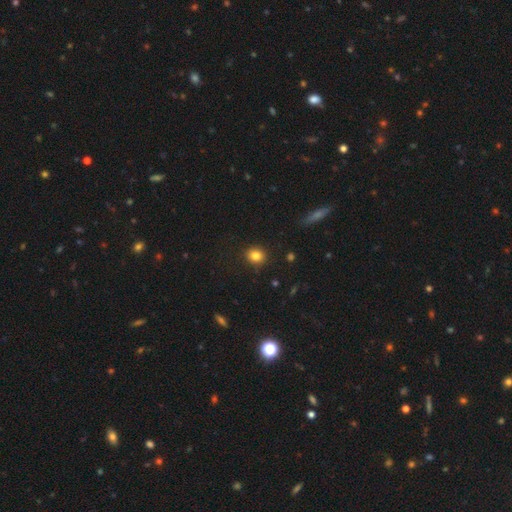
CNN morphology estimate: Overall: smooth (84%). How rounded: round (74%). Merging: none (88%).